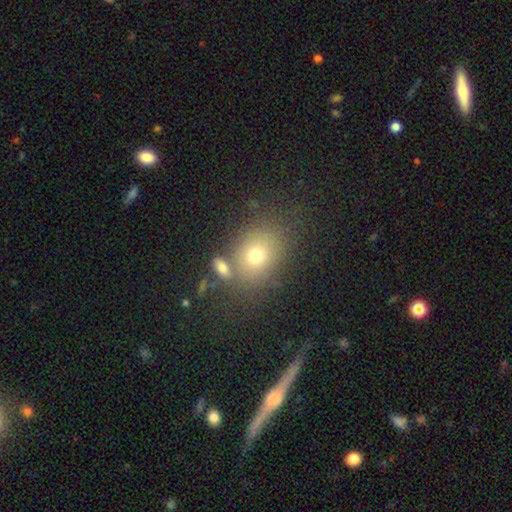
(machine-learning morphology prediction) smooth-or-featured: smooth: 72% | star or artifact: 14% | featured or disk: 14%
  how-rounded: in between: 56% | round: 43% | cigar-shaped: 1%
  merging: none: 66% | merger: 15% | minor disturbance: 13% | major disturbance: 6%